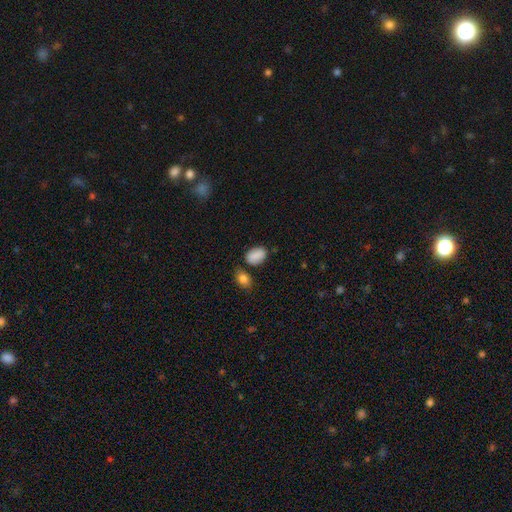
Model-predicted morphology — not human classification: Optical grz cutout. It shows a smooth galaxy with no disk features (87%) that is in between round and cigar-shaped (84%). Merging: none (70%).